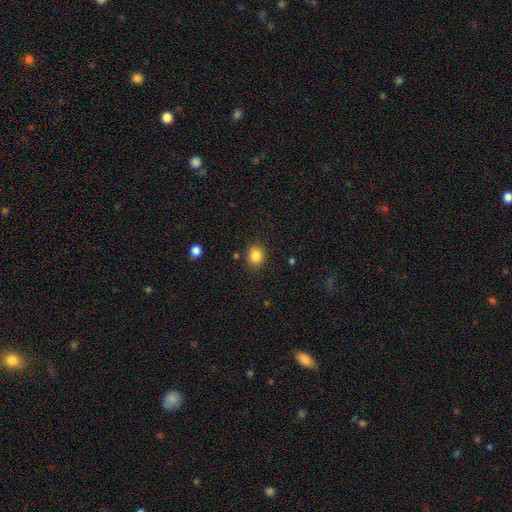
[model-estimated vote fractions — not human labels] Smooth or featured? smooth (85%)
How rounded? round (75%)
Merging? none (88%)